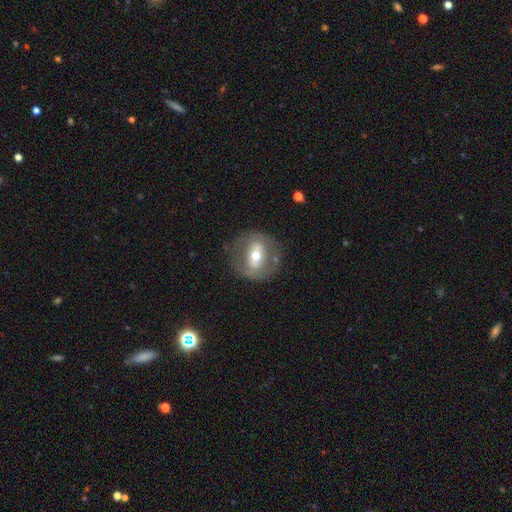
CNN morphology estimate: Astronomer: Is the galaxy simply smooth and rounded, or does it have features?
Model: featured or disk — 60%.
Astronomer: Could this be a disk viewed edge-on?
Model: no — 88%.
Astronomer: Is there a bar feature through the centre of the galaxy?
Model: strong — 43% (runner-up: no, 29%).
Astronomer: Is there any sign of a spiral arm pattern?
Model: no — 75%.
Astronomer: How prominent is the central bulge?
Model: moderate — 67%.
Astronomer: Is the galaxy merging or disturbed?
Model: none — 74%.